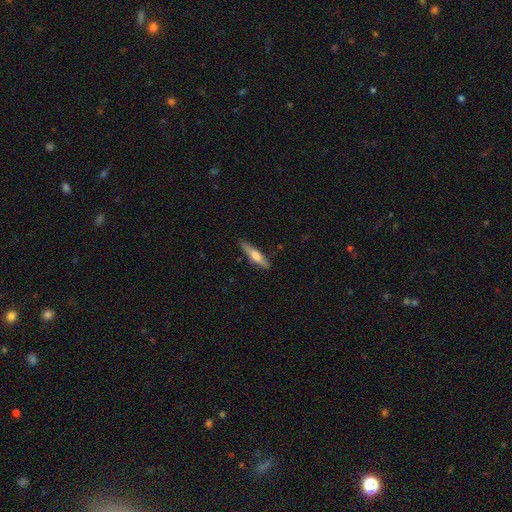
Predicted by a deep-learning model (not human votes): Morphology: type=smooth (50%); merging=none (82%).